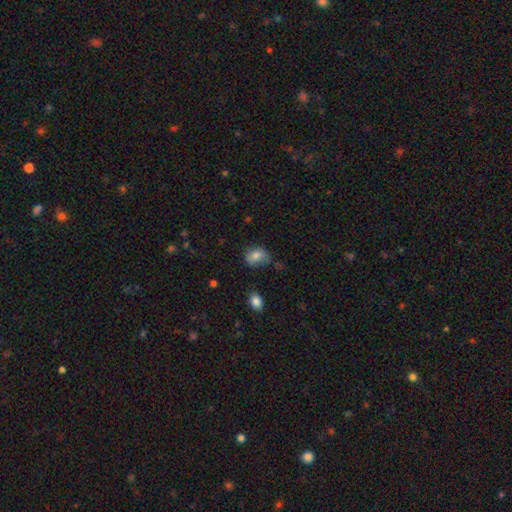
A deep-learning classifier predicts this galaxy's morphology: Smooth or featured? smooth (78%)
How rounded? in between (65%)
Merging? none (54%)